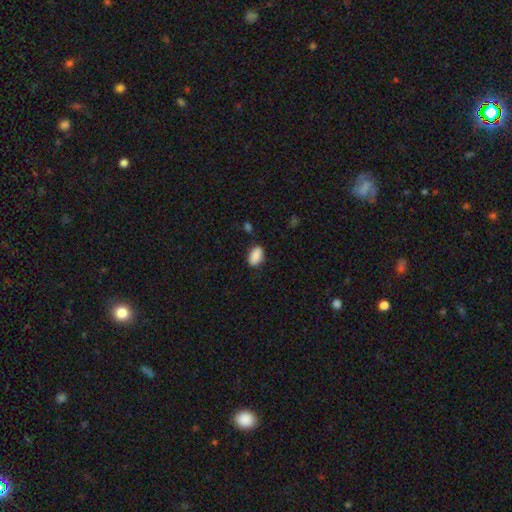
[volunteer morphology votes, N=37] Overall: smooth (92%). How rounded: in between (88%). Merging: none (80%).